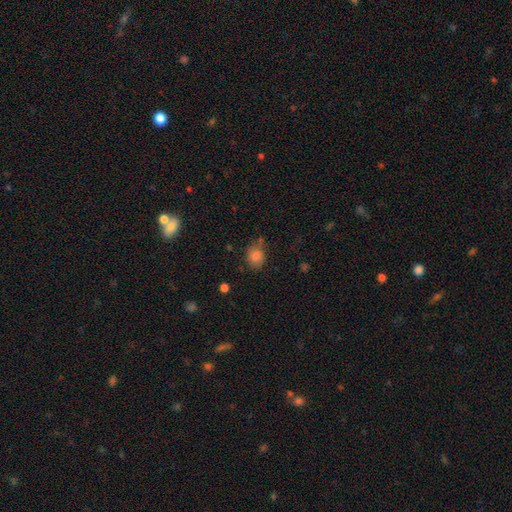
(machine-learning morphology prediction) smooth_or_featured: smooth (p=0.82) [alt: star or artifact p=0.11]
how_rounded: round (p=0.59) [alt: in between p=0.40]
merging: none (p=0.67) [alt: minor disturbance p=0.22]